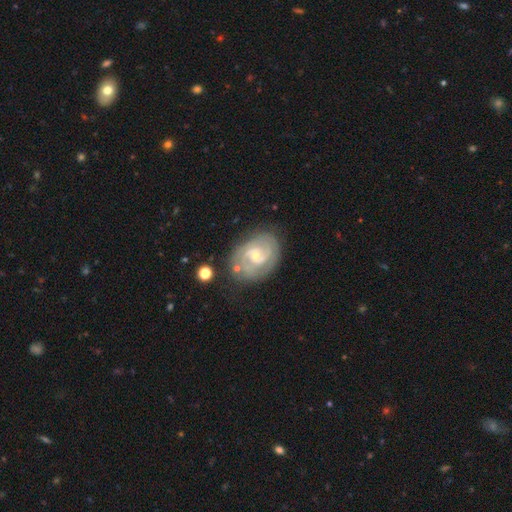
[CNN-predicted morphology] Q: Smooth or featured?
A: featured or disk (85%); runner-up: smooth (10%)
Q: Edge-on disk?
A: no (97%); runner-up: yes (3%)
Q: Bar?
A: no (55%); runner-up: weak (37%)
Q: Spiral arms?
A: yes (95%); runner-up: no (5%)
Q: Spiral winding?
A: tight (58%); runner-up: medium (34%)
Q: Spiral arm count?
A: 2 (64%); runner-up: can't tell (15%)
Q: Bulge size?
A: small (70%); runner-up: moderate (27%)
Q: Merging?
A: none (73%); runner-up: minor disturbance (17%)